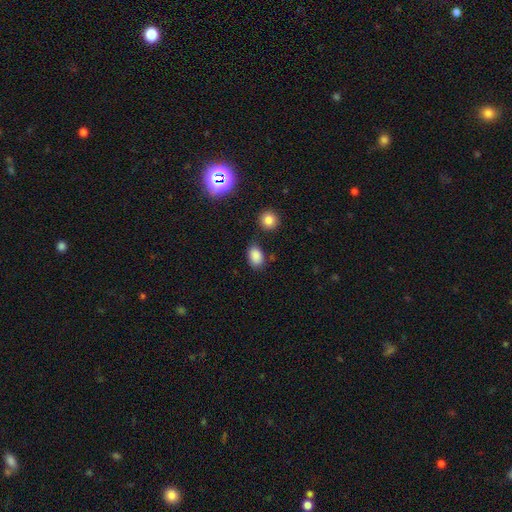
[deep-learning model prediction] smooth 85%, star or artifact 11%, featured or disk 4%. Down the decision tree: how rounded — in between (82%); merging — none (75%).